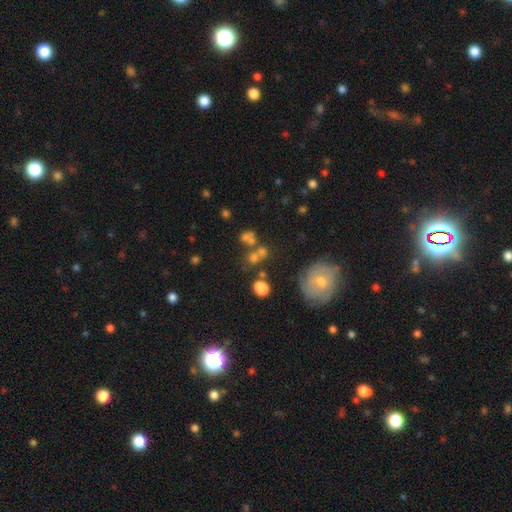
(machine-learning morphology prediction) A smooth galaxy with no disk features (51%) that is round (76%).

Vote fractions:
- Smooth or featured? smooth: 51% / star or artifact: 31% / featured or disk: 18%
- How rounded? round: 76% / in between: 21% / cigar-shaped: 3%
- Merging? none: 57% / merger: 25% / minor disturbance: 11% / major disturbance: 7%